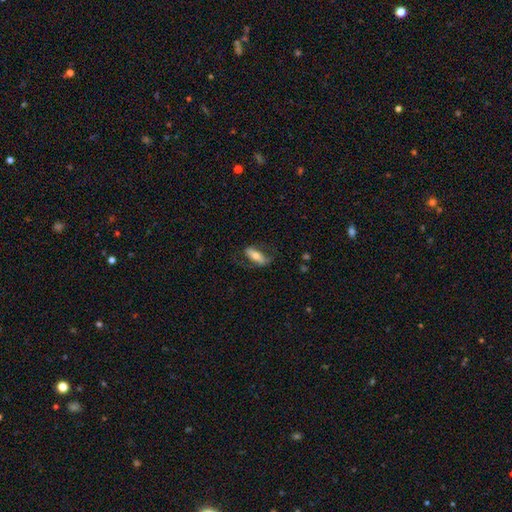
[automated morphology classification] smooth-or-featured: smooth: 55% | featured or disk: 38% | star or artifact: 6%
  how-rounded: in between: 68% | cigar-shaped: 29% | round: 3%
  merging: none: 67% | minor disturbance: 20% | major disturbance: 12% | merger: 1%